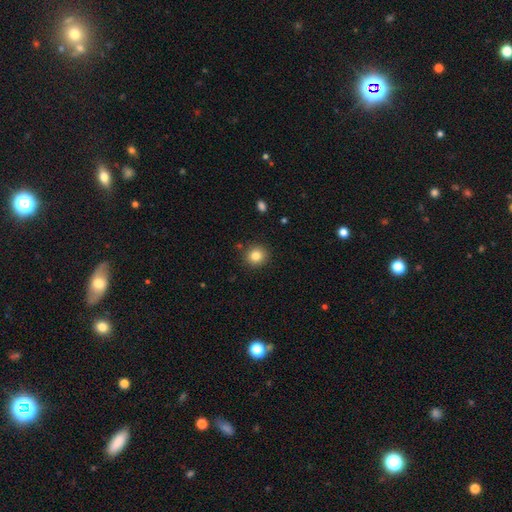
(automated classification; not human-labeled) smooth_or_featured: smooth (p=0.83) [alt: star or artifact p=0.11]
how_rounded: round (p=0.90) [alt: in between p=0.09]
merging: none (p=0.89) [alt: minor disturbance p=0.07]